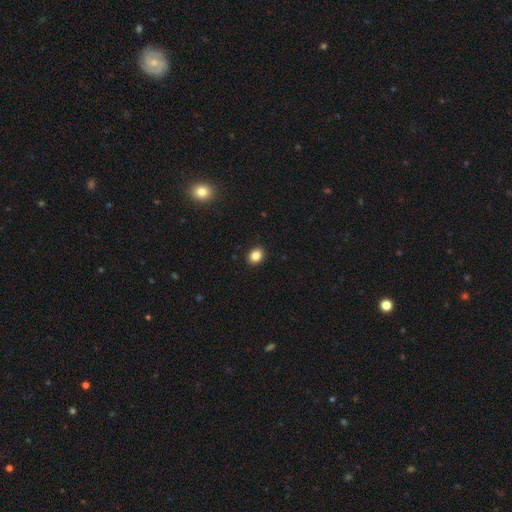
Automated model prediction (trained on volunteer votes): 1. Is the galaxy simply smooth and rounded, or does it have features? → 85% smooth, 10% star or artifact, 5% featured or disk.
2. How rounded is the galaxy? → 55% in between, 44% round, 1% cigar-shaped.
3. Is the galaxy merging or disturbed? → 91% none, 6% minor disturbance, 2% major disturbance, 1% merger.